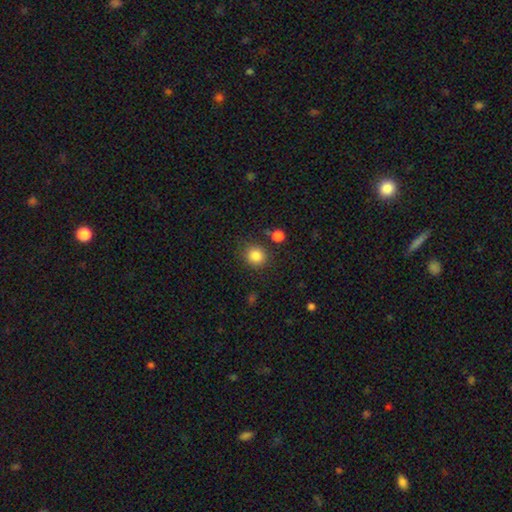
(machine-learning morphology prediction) The model was most divided on "how rounded": round: 84%, in between: 15%, cigar-shaped: 1%. More confident: smooth or featured — smooth (85%); merging — none (82%).